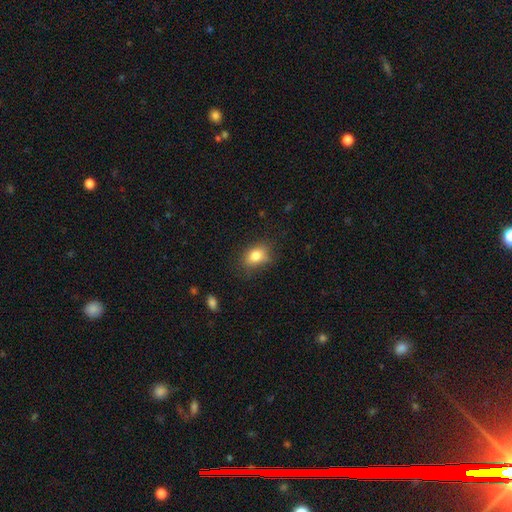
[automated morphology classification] A smooth galaxy with no disk features (81%) that is in between round and cigar-shaped (71%). Merging: none (71%).